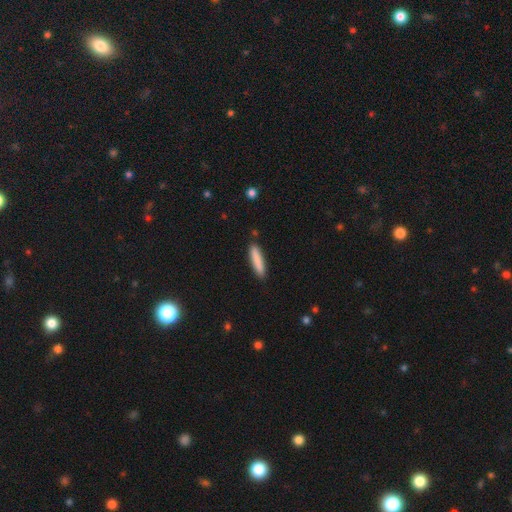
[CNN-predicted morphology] Smooth or featured? smooth (85%)
How rounded? cigar-shaped (87%)
Merging? none (88%)